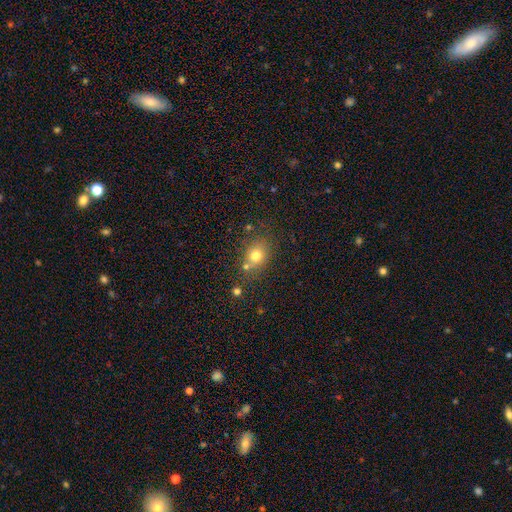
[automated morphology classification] This appears to be a smooth galaxy with no disk features (74%) that is round (57%). Merging: none (65%).